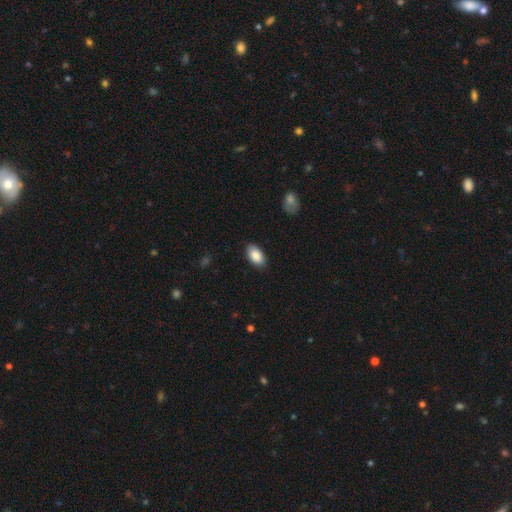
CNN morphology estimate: A smooth galaxy with no disk features (87%) that is in between round and cigar-shaped (94%).

Vote fractions:
- Smooth or featured? smooth: 87% / featured or disk: 7% / star or artifact: 6%
- How rounded? in between: 94% / round: 4% / cigar-shaped: 2%
- Merging? none: 87% / minor disturbance: 10% / major disturbance: 2% / merger: 1%